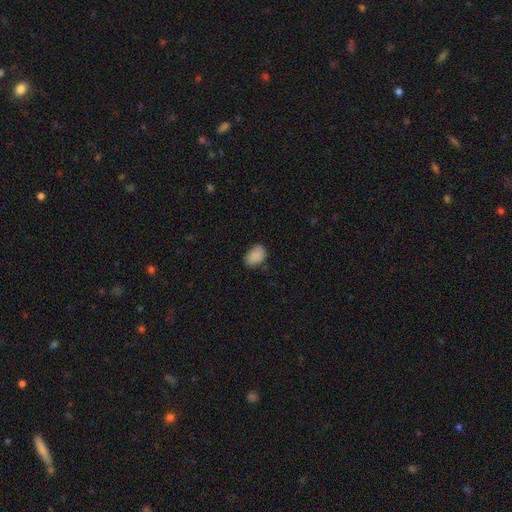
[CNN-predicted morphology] smooth 88%, star or artifact 8%, featured or disk 4%. Down the decision tree: how rounded — in between (83%); merging — none (77%).